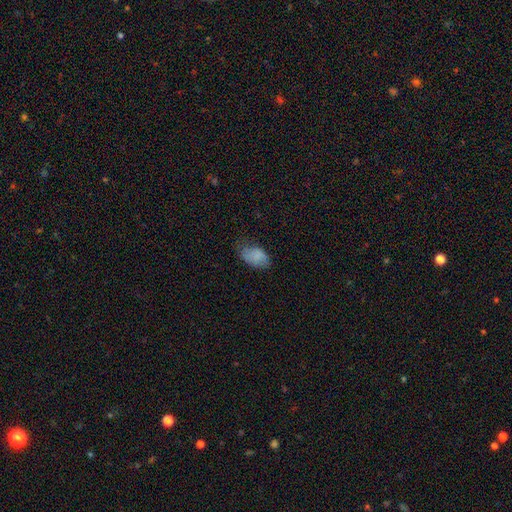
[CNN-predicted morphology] A smooth galaxy with no disk features (81%) that is in between round and cigar-shaped (93%).

Vote fractions:
- Smooth or featured? smooth: 81% / featured or disk: 11% / star or artifact: 8%
- How rounded? in between: 93% / round: 6% / cigar-shaped: 1%
- Merging? none: 50% / minor disturbance: 35% / major disturbance: 13% / merger: 2%